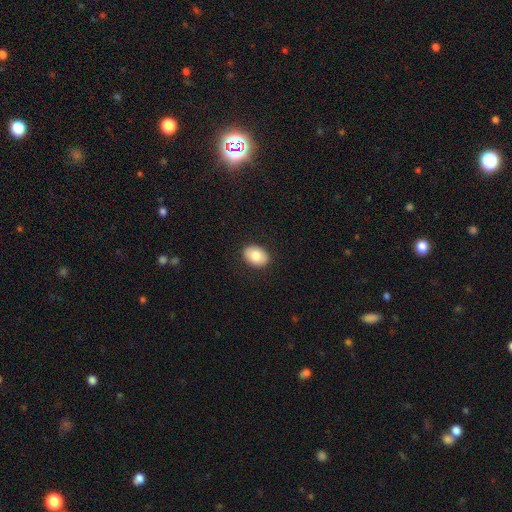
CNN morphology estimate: Smooth or featured? Predicted: smooth (p=0.82). How rounded? Predicted: in between (p=0.78). Merging? Predicted: none (p=0.89).